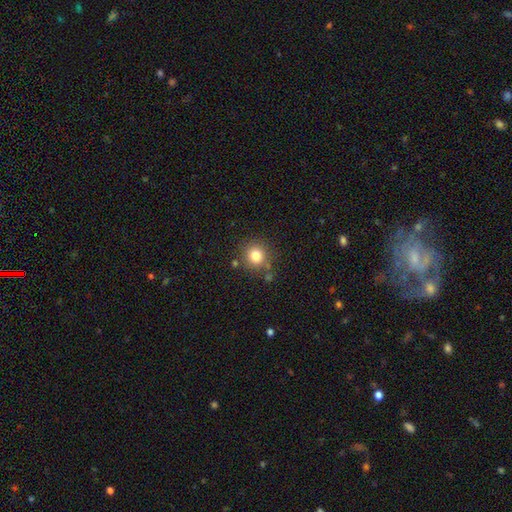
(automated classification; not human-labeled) A smooth galaxy with no disk features (80%) that is round (91%). Merging: none (80%).